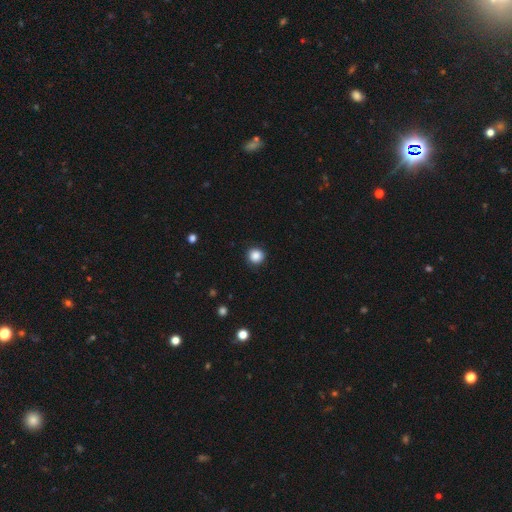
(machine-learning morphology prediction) type=smooth (87%); roundness=round (94%); merging=none (90%).